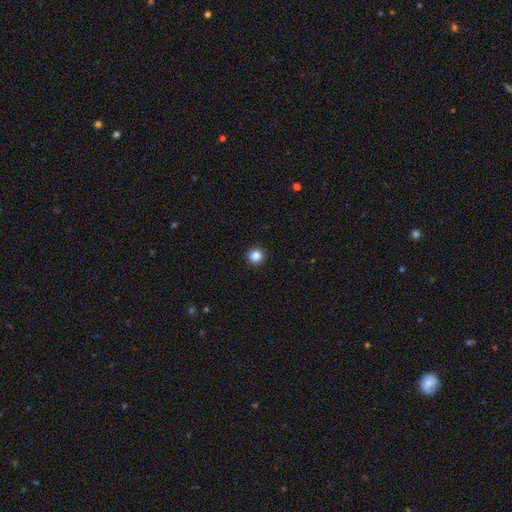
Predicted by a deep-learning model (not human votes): smooth-or-featured: smooth: 87% | star or artifact: 11% | featured or disk: 3%
  how-rounded: round: 96% | in between: 4% | cigar-shaped: 1%
  merging: none: 94% | minor disturbance: 4% | major disturbance: 1% | merger: 1%